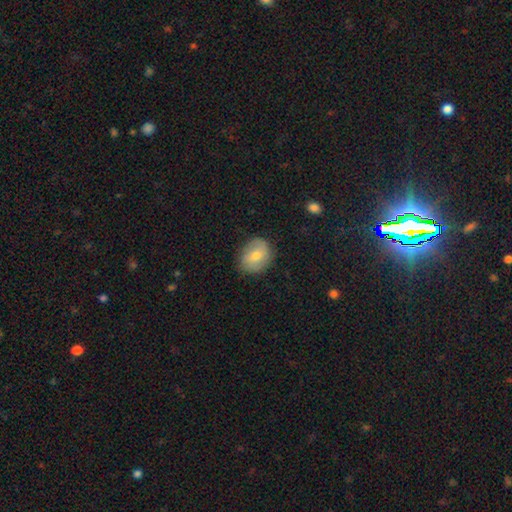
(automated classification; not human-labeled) smooth_or_featured: smooth (p=0.64) [alt: featured or disk p=0.27]
how_rounded: round (p=0.53) [alt: in between p=0.46]
merging: none (p=0.80) [alt: minor disturbance p=0.15]